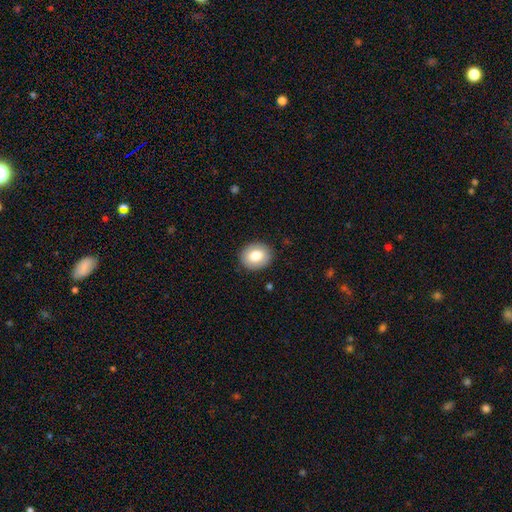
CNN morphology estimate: Q: Smooth or featured?
A: smooth (78%); runner-up: featured or disk (14%)
Q: How rounded?
A: round (62%); runner-up: in between (37%)
Q: Merging?
A: none (88%); runner-up: minor disturbance (9%)